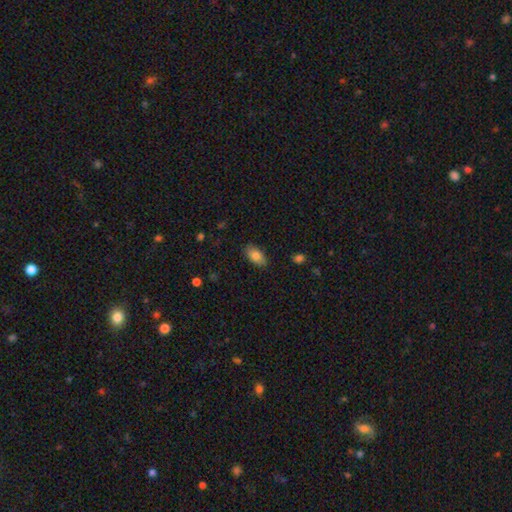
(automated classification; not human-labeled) Smooth or featured? Predicted: smooth (p=0.82). How rounded? Predicted: in between (p=0.91). Merging? Predicted: none (p=0.87).